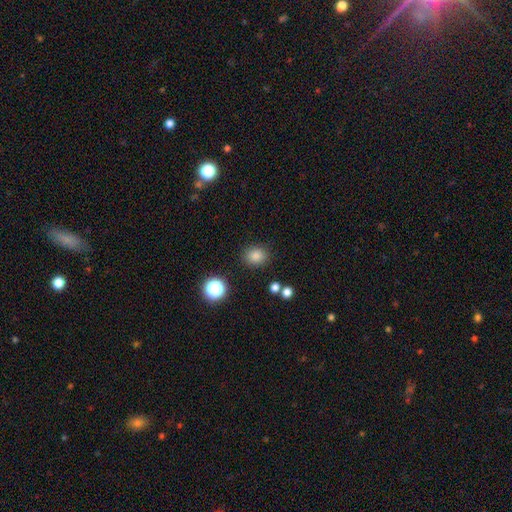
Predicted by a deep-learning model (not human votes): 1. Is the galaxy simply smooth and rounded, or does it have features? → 83% smooth, 13% star or artifact, 5% featured or disk.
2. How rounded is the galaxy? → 68% round, 31% in between, 1% cigar-shaped.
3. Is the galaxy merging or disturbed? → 86% none, 9% minor disturbance, 3% major disturbance, 3% merger.